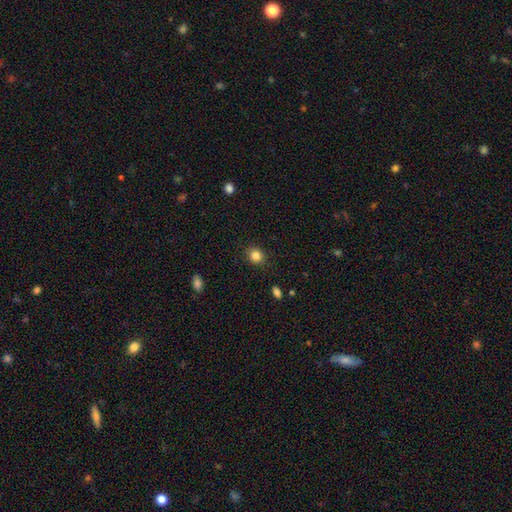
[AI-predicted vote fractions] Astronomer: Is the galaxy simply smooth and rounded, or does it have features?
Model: smooth — 84%.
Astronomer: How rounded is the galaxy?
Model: round — 69%.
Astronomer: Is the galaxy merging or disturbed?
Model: none — 89%.